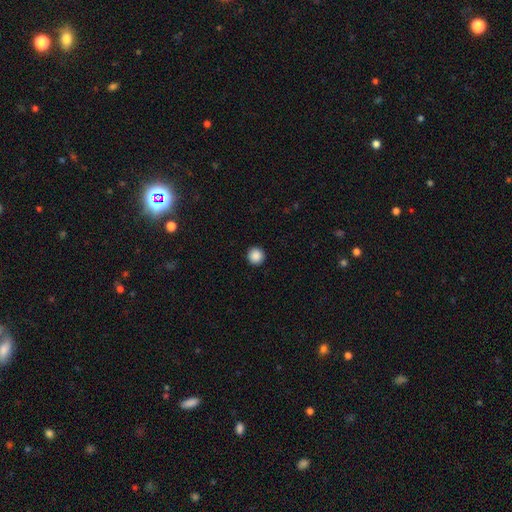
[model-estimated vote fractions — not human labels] Smooth or featured? smooth (88%)
How rounded? round (96%)
Merging? none (93%)